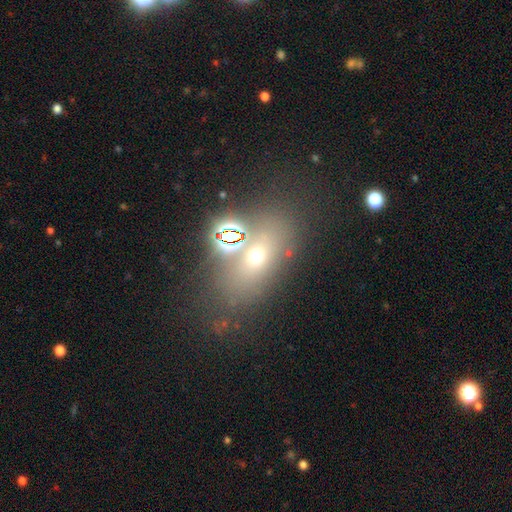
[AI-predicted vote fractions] smooth-or-featured: smooth: 53% | star or artifact: 26% | featured or disk: 21%
  how-rounded: in between: 70% | round: 26% | cigar-shaped: 5%
  merging: none: 62% | merger: 17% | minor disturbance: 14% | major disturbance: 8%